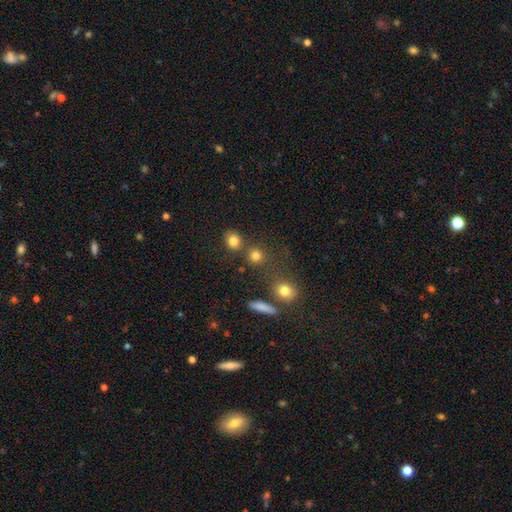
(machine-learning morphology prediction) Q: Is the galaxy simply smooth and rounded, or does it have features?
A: smooth — 81%.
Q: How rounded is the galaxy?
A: round — 85%.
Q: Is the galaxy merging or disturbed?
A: none — 69%.